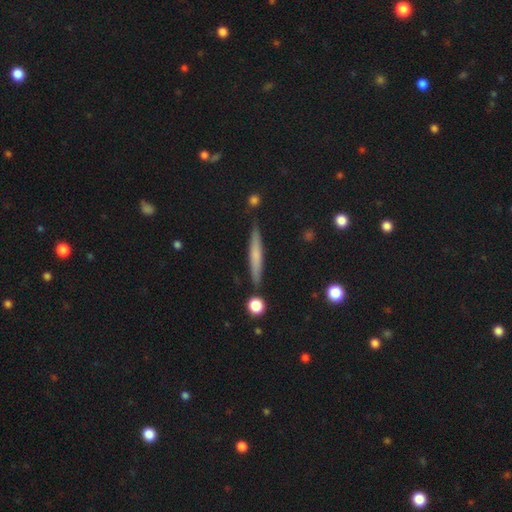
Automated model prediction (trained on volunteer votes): smooth-or-featured: smooth: 57% | featured or disk: 37% | star or artifact: 7%
  how-rounded: cigar-shaped: 94% | in between: 4% | round: 2%
  merging: none: 87% | minor disturbance: 9% | merger: 3% | major disturbance: 2%